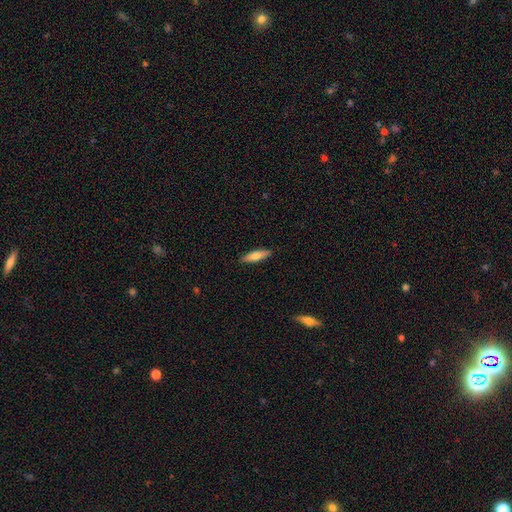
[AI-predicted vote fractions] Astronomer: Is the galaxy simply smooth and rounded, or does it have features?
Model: smooth — 72%.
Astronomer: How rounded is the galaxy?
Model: cigar-shaped — 64%.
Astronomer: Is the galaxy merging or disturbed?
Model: none — 88%.